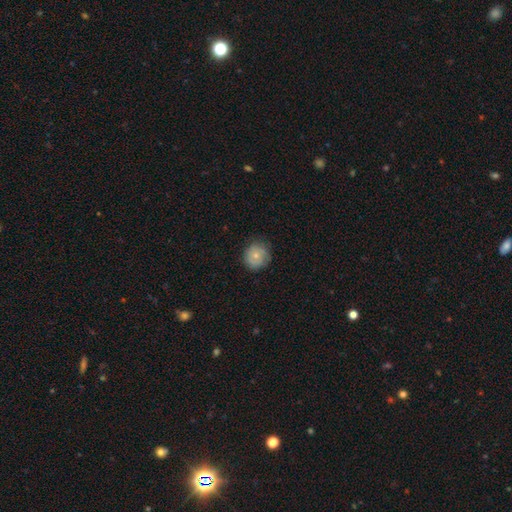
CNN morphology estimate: smooth 72%, featured or disk 19%, star or artifact 8%. Down the decision tree: how rounded — round (88%); merging — none (78%).